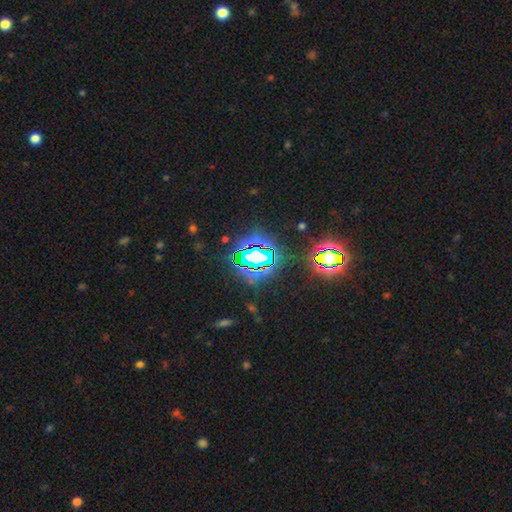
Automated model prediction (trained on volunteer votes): A star or artifact, not a galaxy (75%).

Vote fractions:
- Smooth or featured? star or artifact: 75% / smooth: 14% / featured or disk: 11%